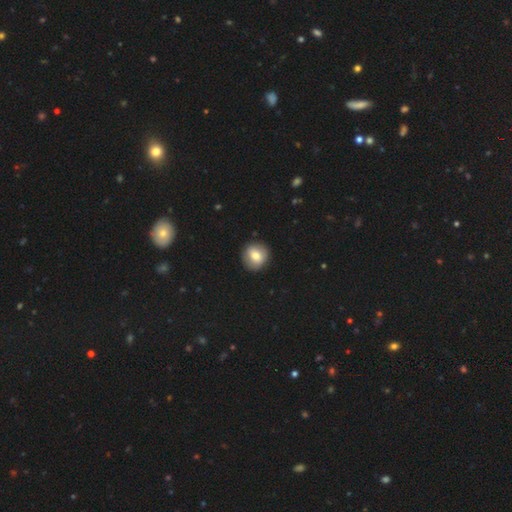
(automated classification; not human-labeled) Smooth or featured? smooth (70%)
How rounded? round (89%)
Merging? none (89%)